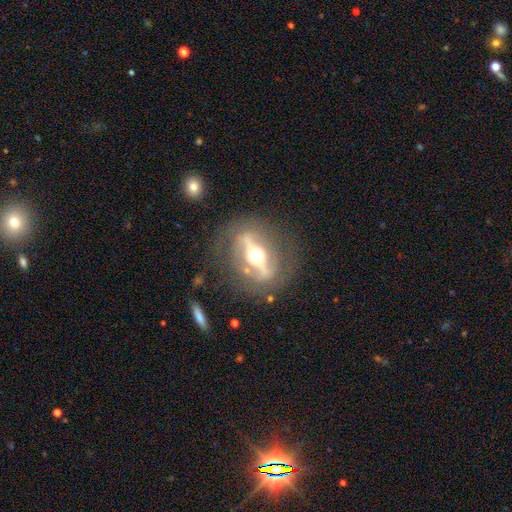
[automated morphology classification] Smooth or featured? Predicted: featured or disk (p=0.80). Edge-on disk? Predicted: no (p=0.59). Merging? Predicted: none (p=0.76).